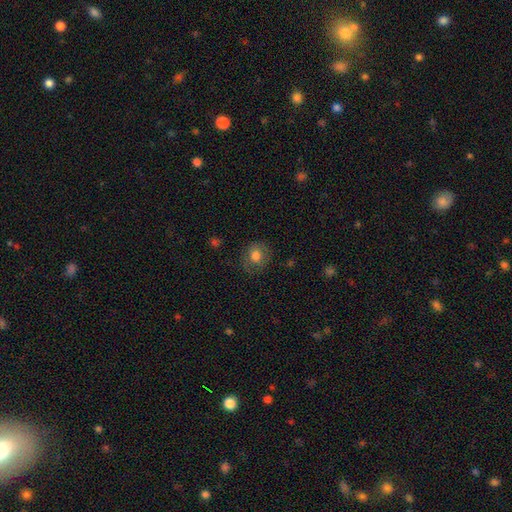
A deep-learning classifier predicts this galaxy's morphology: Smooth or featured?
  - smooth: 75% *
  - featured or disk: 15%
  - star or artifact: 10%
How rounded?
  - round: 72% *
  - in between: 27%
  - cigar-shaped: 1%
Merging?
  - none: 73% *
  - minor disturbance: 18%
  - major disturbance: 7%
  - merger: 1%